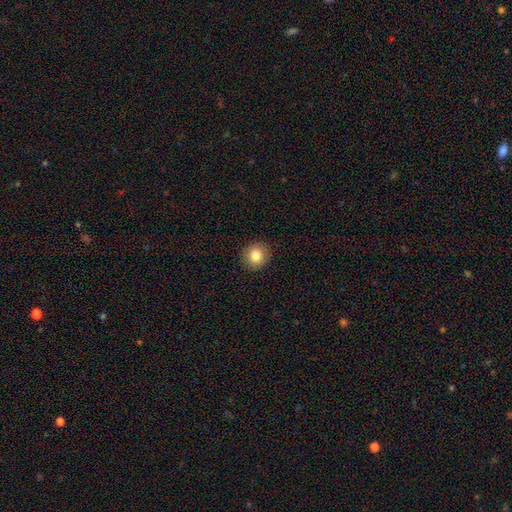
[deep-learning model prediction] smooth 83%, star or artifact 9%, featured or disk 8%. Down the decision tree: how rounded — round (86%); merging — none (91%).